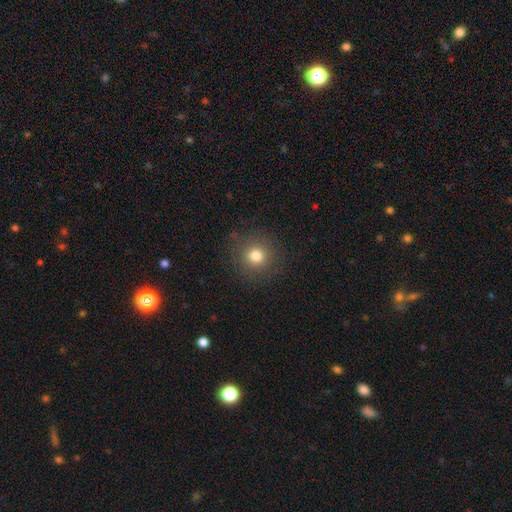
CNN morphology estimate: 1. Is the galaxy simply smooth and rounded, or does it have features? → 78% smooth, 13% star or artifact, 8% featured or disk.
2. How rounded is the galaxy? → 92% round, 7% in between, 1% cigar-shaped.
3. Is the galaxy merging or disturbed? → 88% none, 8% minor disturbance, 3% major disturbance, 1% merger.